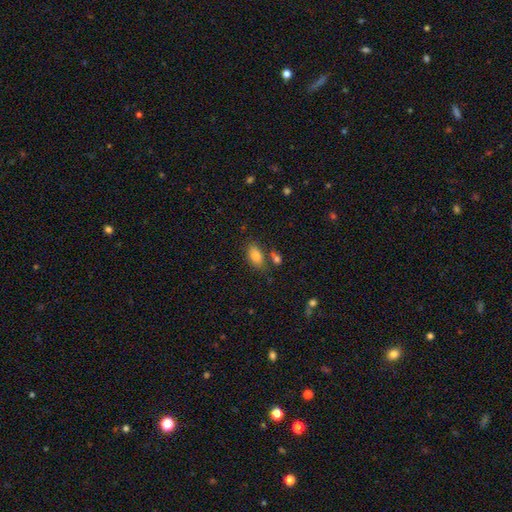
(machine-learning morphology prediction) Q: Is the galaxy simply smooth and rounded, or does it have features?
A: smooth — 82%.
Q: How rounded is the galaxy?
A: in between — 90%.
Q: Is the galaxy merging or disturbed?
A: none — 68%.